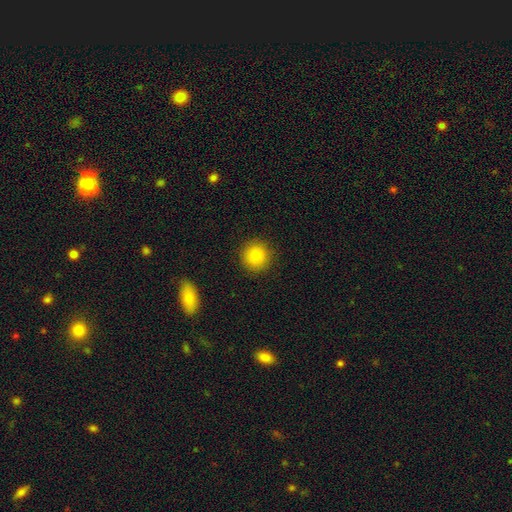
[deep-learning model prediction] The model was most divided on "smooth or featured": smooth: 84%, star or artifact: 10%, featured or disk: 6%. More confident: how rounded — round (92%); merging — none (90%).